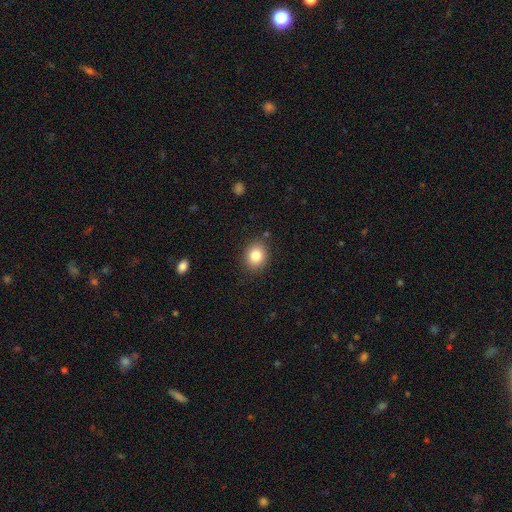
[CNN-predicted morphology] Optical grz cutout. It shows a smooth galaxy with no disk features (82%) that is round (66%). Merging: none (86%).